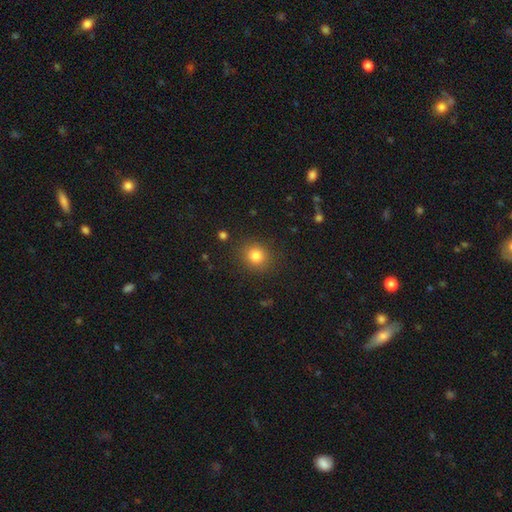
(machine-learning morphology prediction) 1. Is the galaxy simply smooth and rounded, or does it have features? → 82% smooth, 12% star or artifact, 6% featured or disk.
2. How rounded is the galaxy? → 77% round, 22% in between, 1% cigar-shaped.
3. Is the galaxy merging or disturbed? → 87% none, 8% minor disturbance, 3% major disturbance, 2% merger.